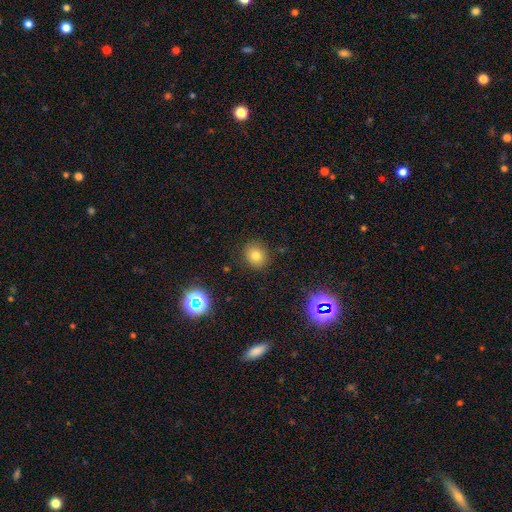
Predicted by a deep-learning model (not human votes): This is likely a smooth galaxy (77%). How rounded: likely round (77%). Merging: clearly none (88%).